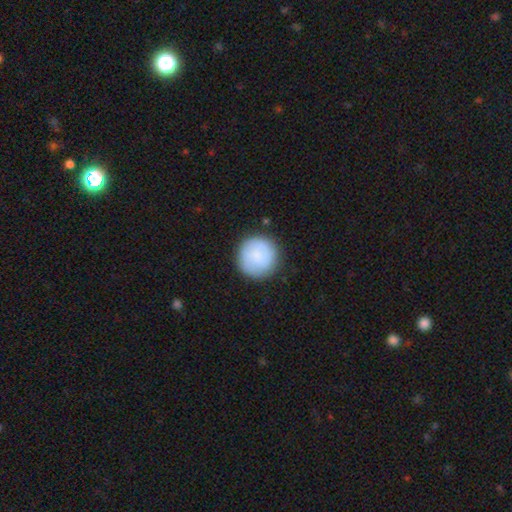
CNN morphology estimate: smooth_or_featured: smooth (p=0.76) [alt: featured or disk p=0.18]
how_rounded: round (p=0.96) [alt: in between p=0.03]
merging: none (p=0.87) [alt: minor disturbance p=0.09]